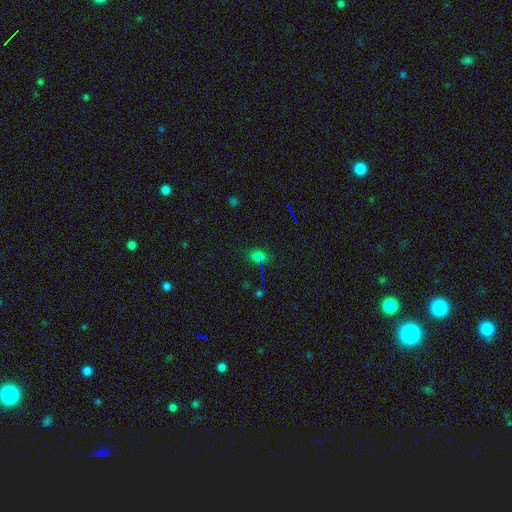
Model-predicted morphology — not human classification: A smooth galaxy with no disk features (51%) that is in between round and cigar-shaped (63%).

Vote fractions:
- Smooth or featured? smooth: 51% / star or artifact: 39% / featured or disk: 9%
- How rounded? in between: 63% / round: 33% / cigar-shaped: 5%
- Merging? none: 74% / minor disturbance: 14% / major disturbance: 6% / merger: 5%